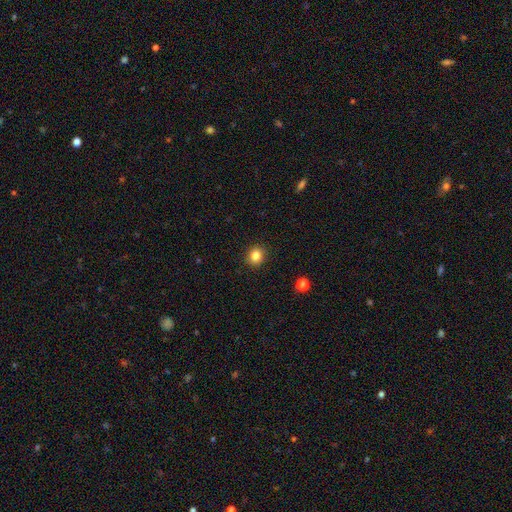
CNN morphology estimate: This is clearly a smooth galaxy (83%). How rounded: clearly round (84%). Merging: clearly none (91%).